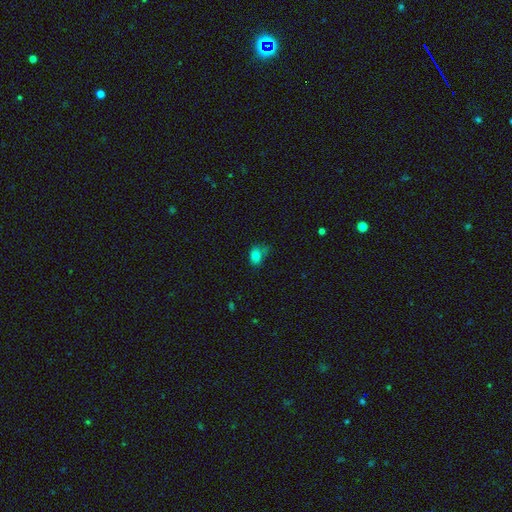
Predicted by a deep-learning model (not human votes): Morphology: type=smooth (80%); roundness=in between (67%); merging=none (45%).